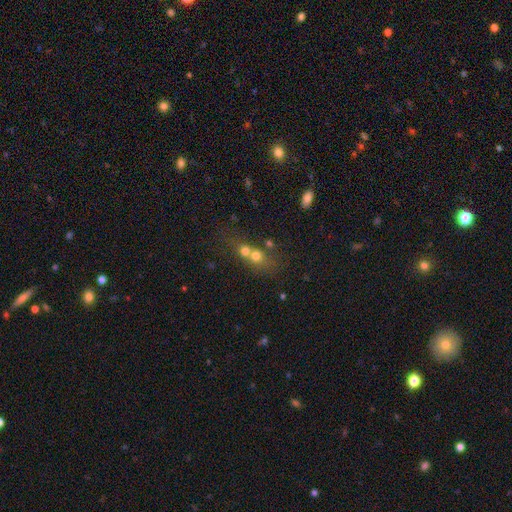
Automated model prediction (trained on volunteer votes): Q: Smooth or featured?
A: smooth (63%); runner-up: featured or disk (22%)
Q: How rounded?
A: round (69%); runner-up: in between (27%)
Q: Merging?
A: merger (67%); runner-up: none (23%)